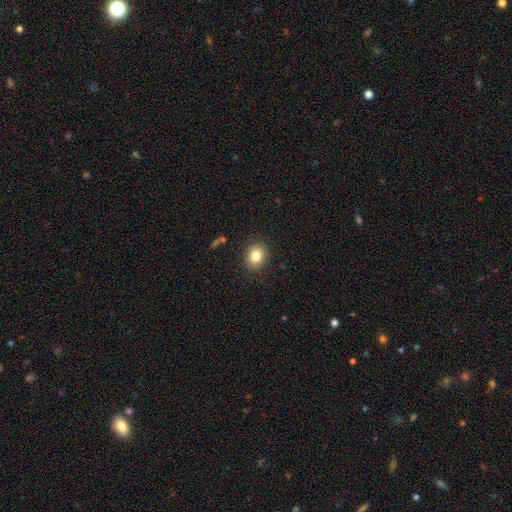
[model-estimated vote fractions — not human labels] smooth 82%, star or artifact 10%, featured or disk 8%. Down the decision tree: how rounded — round (52%); merging — none (88%).